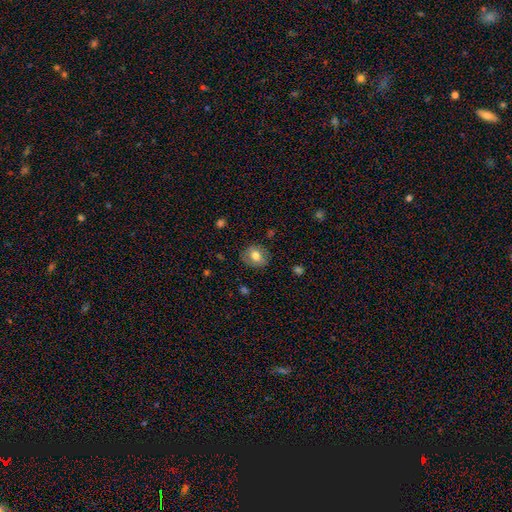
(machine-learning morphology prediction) smooth_or_featured: smooth (p=0.71) [alt: featured or disk p=0.20]
how_rounded: round (p=0.60) [alt: in between p=0.39]
merging: none (p=0.81) [alt: minor disturbance p=0.14]